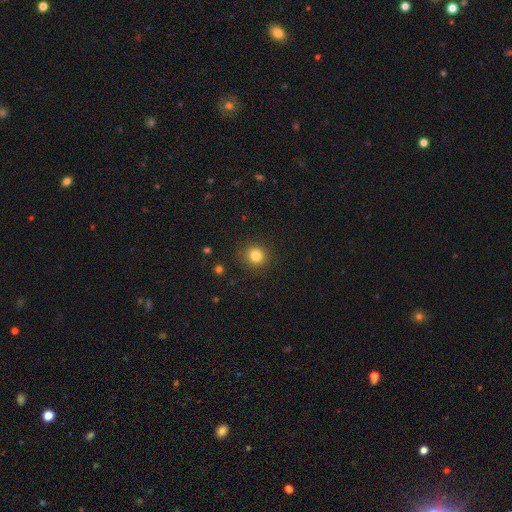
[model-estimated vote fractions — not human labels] smooth 82%, star or artifact 12%, featured or disk 6%. Down the decision tree: how rounded — round (91%); merging — none (90%).